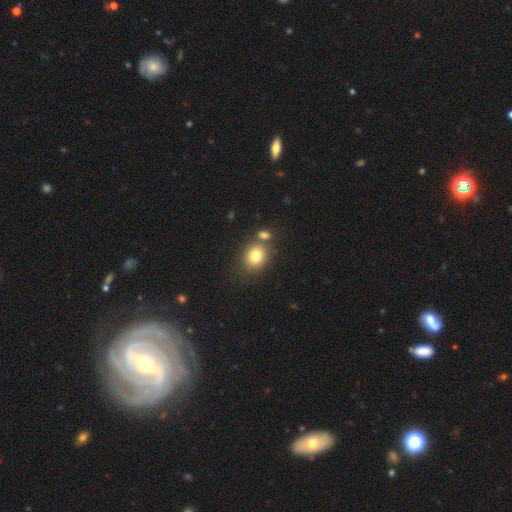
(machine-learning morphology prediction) Smooth or featured: smooth — 79% (star or artifact — 11%)
How rounded: round — 61% (in between — 38%)
Merging: none — 62% (merger — 23%)